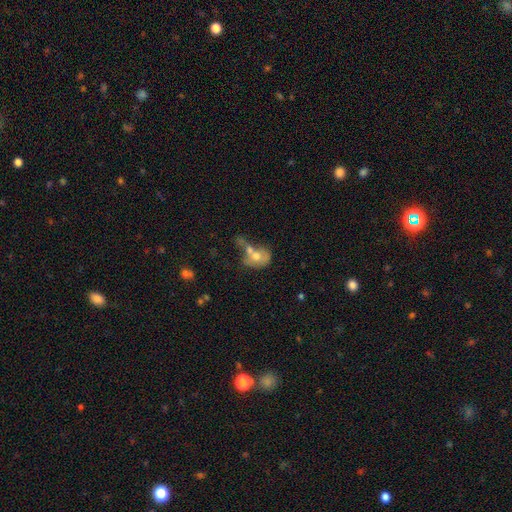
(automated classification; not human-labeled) smooth-or-featured: smooth: 59% | featured or disk: 32% | star or artifact: 9%
  how-rounded: in between: 64% | round: 34% | cigar-shaped: 2%
  merging: merger: 62% | none: 16% | major disturbance: 12% | minor disturbance: 10%